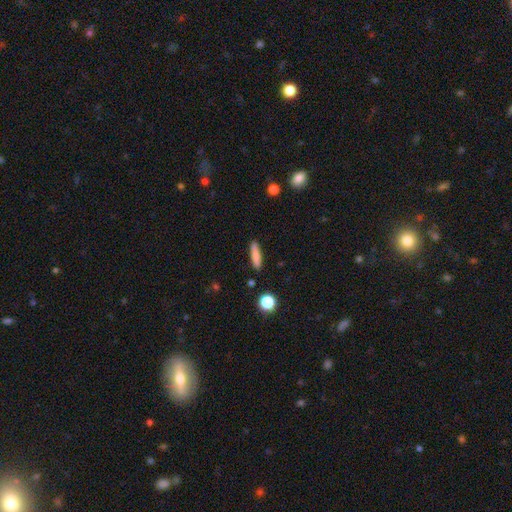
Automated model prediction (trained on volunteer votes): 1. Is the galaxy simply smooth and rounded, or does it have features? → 81% smooth, 11% featured or disk, 8% star or artifact.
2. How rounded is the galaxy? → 82% cigar-shaped, 16% in between, 3% round.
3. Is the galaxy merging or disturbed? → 88% none, 8% minor disturbance, 2% major disturbance, 2% merger.